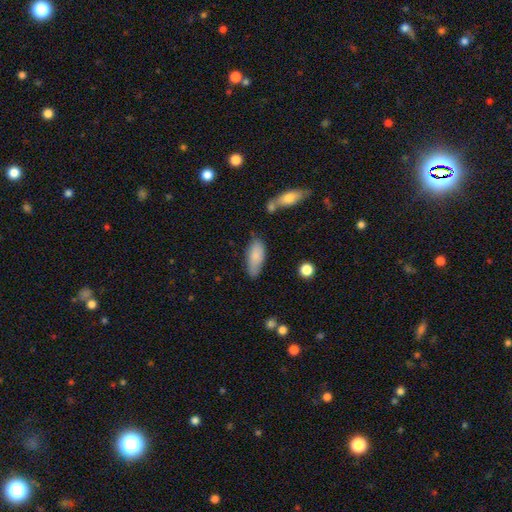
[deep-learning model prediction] A smooth galaxy with no disk features (83%) that is in between round and cigar-shaped (78%).

Vote fractions:
- Smooth or featured? smooth: 83% / featured or disk: 11% / star or artifact: 6%
- How rounded? in between: 78% / cigar-shaped: 20% / round: 2%
- Merging? none: 66% / minor disturbance: 25% / major disturbance: 5% / merger: 4%